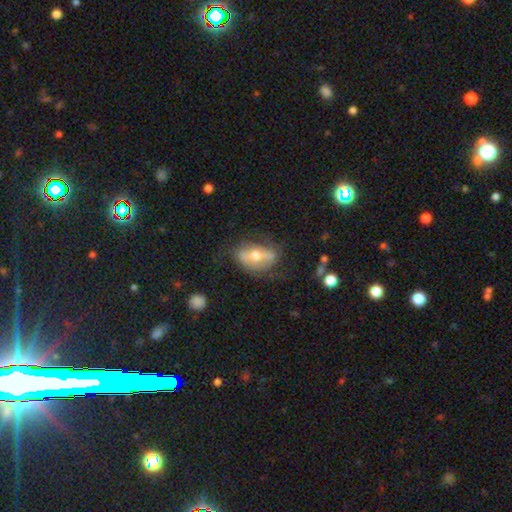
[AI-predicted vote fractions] The model was most divided on "smooth or featured": featured or disk: 53%, smooth: 39%, star or artifact: 8%. More confident: edge-on disk — no (86%); merging — none (58%).